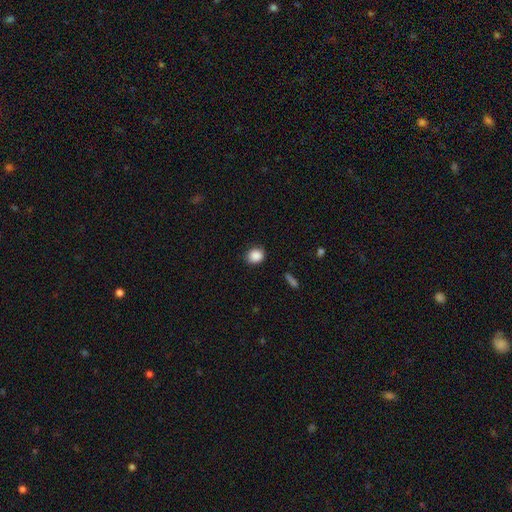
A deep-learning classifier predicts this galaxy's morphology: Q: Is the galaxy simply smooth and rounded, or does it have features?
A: smooth — 88%.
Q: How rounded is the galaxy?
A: round — 64%.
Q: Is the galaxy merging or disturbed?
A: none — 84%.